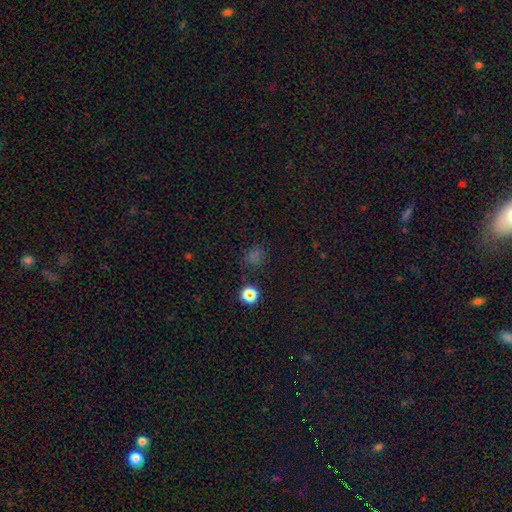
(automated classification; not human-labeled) Smooth or featured? smooth (63%)
How rounded? round (79%)
Merging? none (79%)